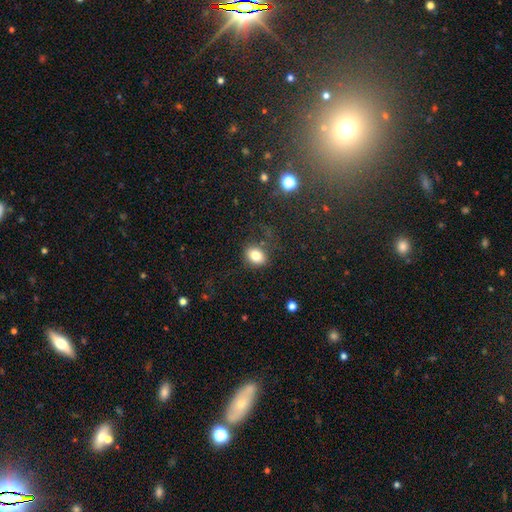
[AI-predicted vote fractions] smooth-or-featured: smooth: 80% | star or artifact: 11% | featured or disk: 9%
  how-rounded: in between: 60% | round: 39% | cigar-shaped: 1%
  merging: none: 78% | minor disturbance: 14% | major disturbance: 6% | merger: 2%